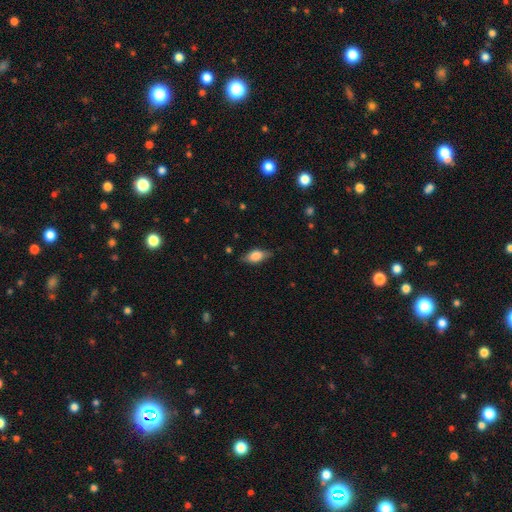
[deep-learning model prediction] This appears to be a smooth galaxy with no disk features (70%) that is in between round and cigar-shaped (83%). Merging: none (74%).